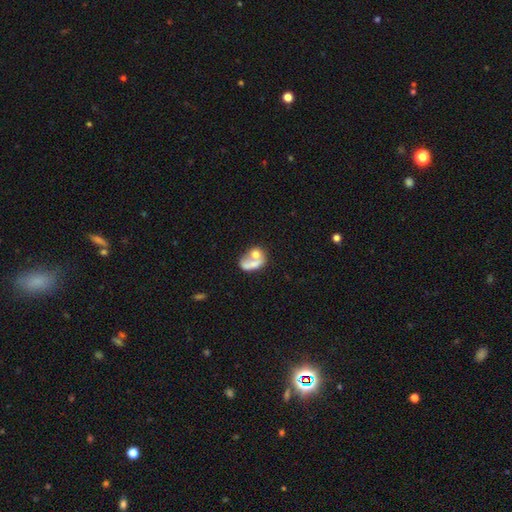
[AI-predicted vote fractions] Overall: smooth (54%; featured or disk 36%). How rounded: in between (66%; round 31%). Merging: merger (56%; none 21%).